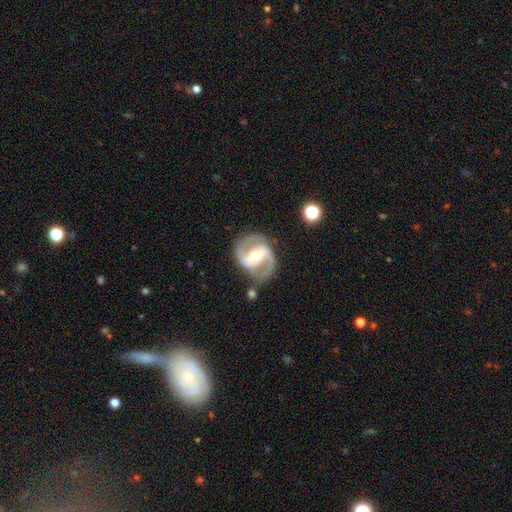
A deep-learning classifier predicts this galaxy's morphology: Q: Smooth or featured?
A: featured or disk (88%); runner-up: smooth (7%)
Q: Edge-on disk?
A: no (97%); runner-up: yes (3%)
Q: Bar?
A: strong (60%); runner-up: weak (30%)
Q: Spiral arms?
A: yes (94%); runner-up: no (6%)
Q: Spiral winding?
A: medium (57%); runner-up: tight (27%)
Q: Spiral arm count?
A: 2 (92%); runner-up: can't tell (3%)
Q: Bulge size?
A: moderate (60%); runner-up: small (33%)
Q: Merging?
A: none (76%); runner-up: minor disturbance (14%)